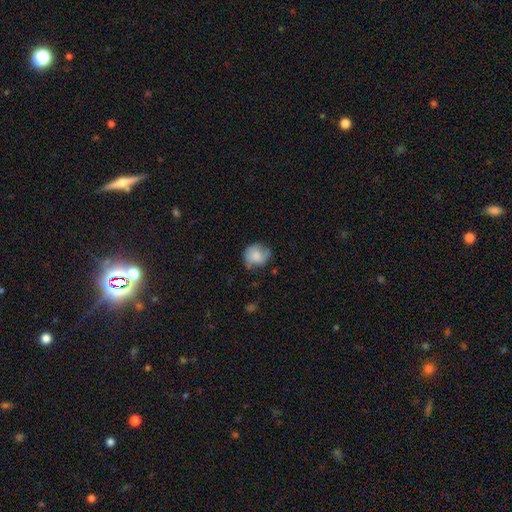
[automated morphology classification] A smooth galaxy with no disk features (71%) that is round (75%).

Vote fractions:
- Smooth or featured? smooth: 71% / featured or disk: 21% / star or artifact: 8%
- How rounded? round: 75% / in between: 24% / cigar-shaped: 1%
- Merging? none: 60% / minor disturbance: 29% / major disturbance: 9% / merger: 2%